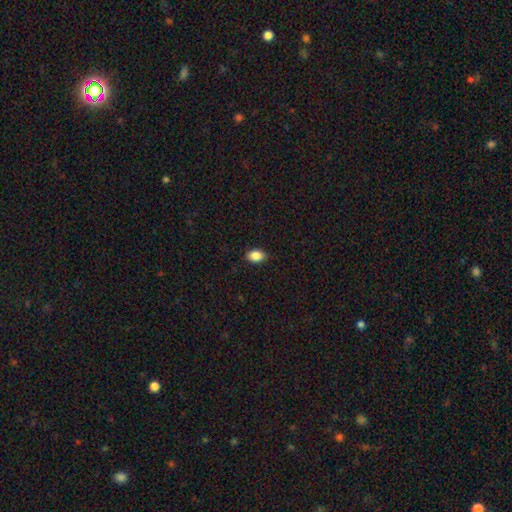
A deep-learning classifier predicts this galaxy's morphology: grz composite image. It shows a smooth galaxy with no disk features (87%) that is in between round and cigar-shaped (82%). Merging: none (86%).